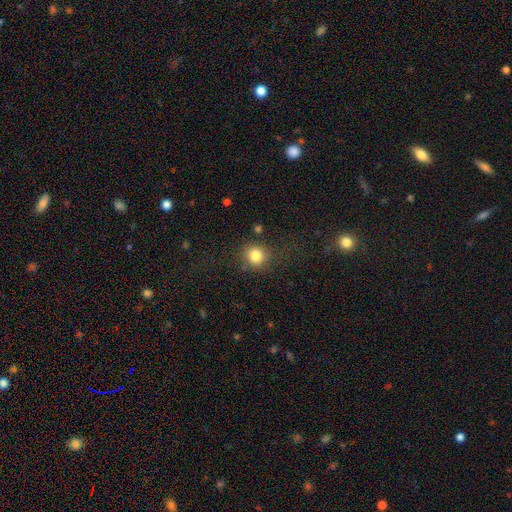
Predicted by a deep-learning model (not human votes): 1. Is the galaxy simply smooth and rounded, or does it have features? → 82% smooth, 11% star or artifact, 6% featured or disk.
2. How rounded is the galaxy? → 87% round, 12% in between, 1% cigar-shaped.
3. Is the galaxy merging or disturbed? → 79% none, 12% minor disturbance, 6% major disturbance, 3% merger.